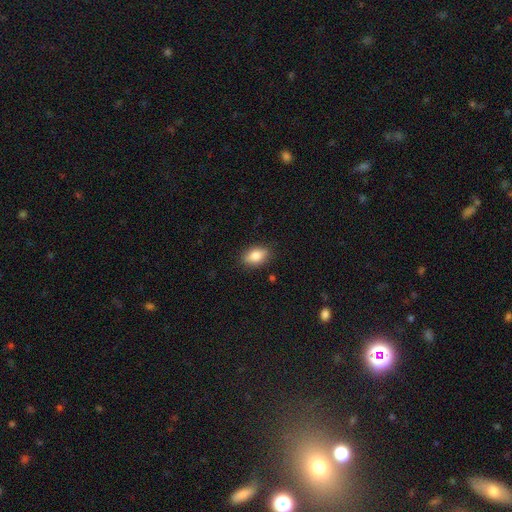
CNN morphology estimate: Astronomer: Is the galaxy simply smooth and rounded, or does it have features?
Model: smooth — 80%.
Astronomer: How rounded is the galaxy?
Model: in between — 86%.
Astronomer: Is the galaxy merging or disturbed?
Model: none — 86%.